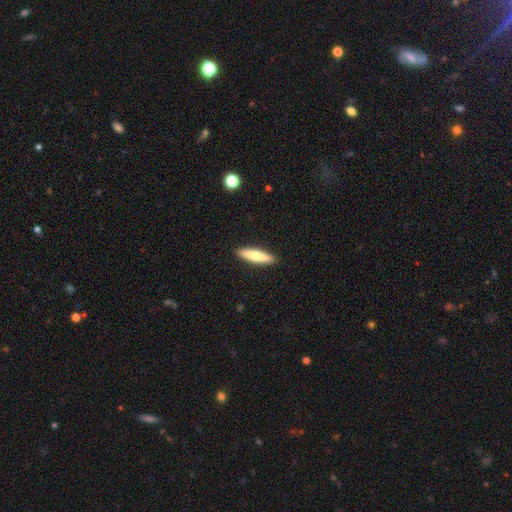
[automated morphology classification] This appears to be a smooth galaxy with no disk features (66%) that is cigar-shaped (79%). Merging: none (91%).